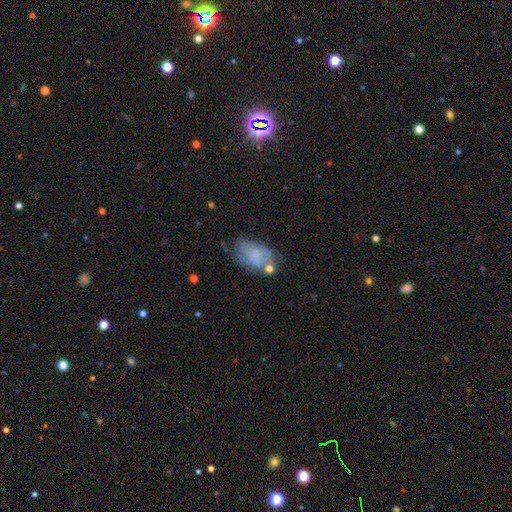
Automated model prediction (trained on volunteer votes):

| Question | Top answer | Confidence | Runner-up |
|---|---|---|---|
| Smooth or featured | smooth | 58% | featured or disk (33%) |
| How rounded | in between | 89% | round (9%) |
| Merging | none | 45% | minor disturbance (31%) |